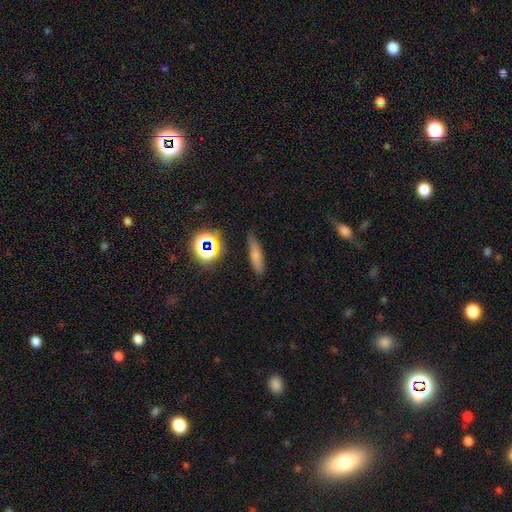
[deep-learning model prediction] This appears to be a smooth galaxy with no disk features (68%) that is cigar-shaped (63%). Merging: none (77%).